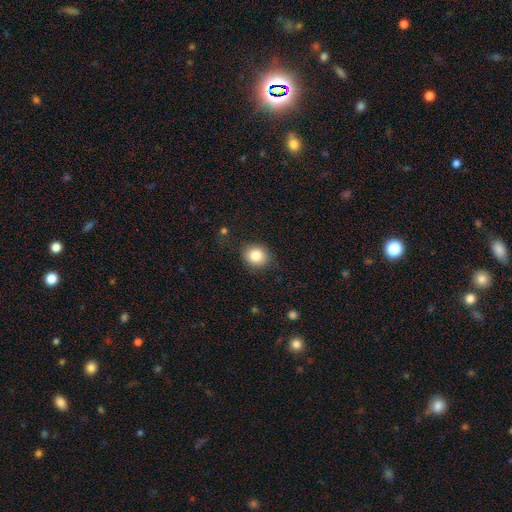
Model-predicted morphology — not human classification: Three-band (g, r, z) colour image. It shows a smooth galaxy with no disk features (84%) that is round (79%). Merging: none (83%).